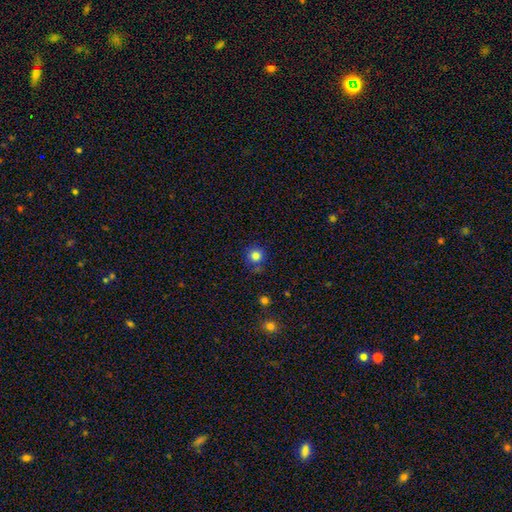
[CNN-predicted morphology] Smooth or featured: smooth — 83% (star or artifact — 12%)
How rounded: round — 94% (in between — 5%)
Merging: none — 79% (minor disturbance — 11%)